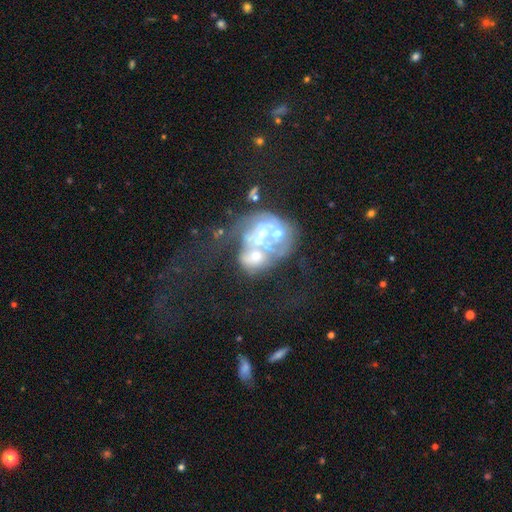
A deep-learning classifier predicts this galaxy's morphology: Smooth or featured?
  - featured or disk: 61% *
  - smooth: 23%
  - star or artifact: 16%
Edge-on disk?
  - no: 97% *
  - yes: 3%
Bar?
  - no: 82% *
  - weak: 12%
  - strong: 6%
Spiral arms?
  - no: 79% *
  - yes: 21%
Bulge size?
  - moderate: 44% *
  - none: 26%
  - small: 19%
  - large: 9%
  - dominant: 3%
Merging?
  - merger: 59% *
  - major disturbance: 19%
  - none: 14%
  - minor disturbance: 8%